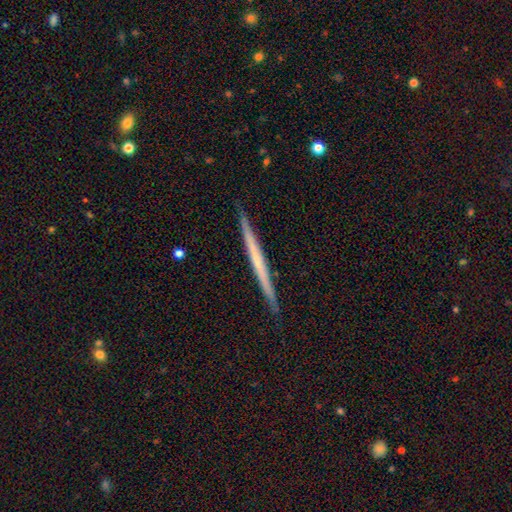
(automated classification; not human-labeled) Morphology: type=featured or disk (56%); edge-on=yes (98%); edge-on bulge=none (88%); merging=none (92%).